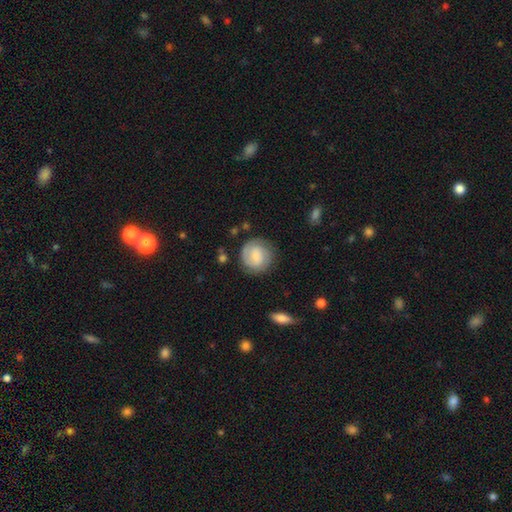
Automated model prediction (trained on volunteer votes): The model was most divided on "bar": weak: 45%, no: 42%, strong: 12%. Remaining: edge-on disk — no (98%); spiral arms — yes (89%); merging — none (80%); smooth or featured — featured or disk (52%); bulge size — small (34%).